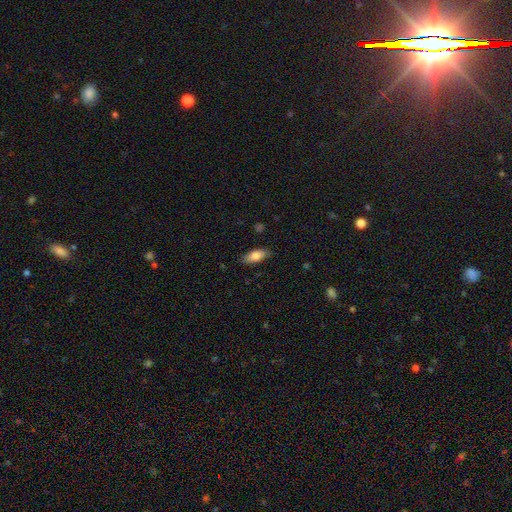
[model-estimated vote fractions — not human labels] This appears to be a smooth galaxy with no disk features (81%) that is in between round and cigar-shaped (80%). Merging: none (84%).